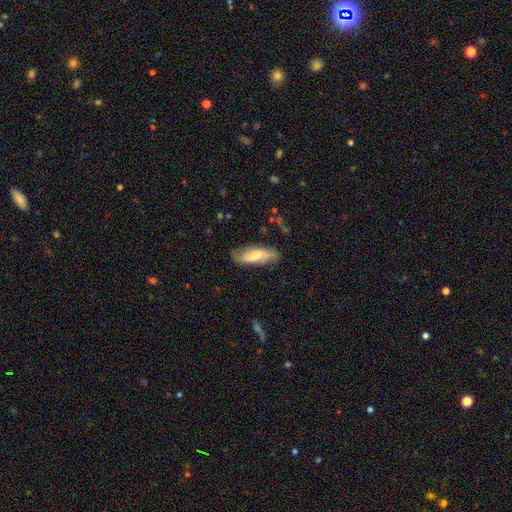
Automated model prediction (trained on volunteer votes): Smooth or featured? smooth (59%)
How rounded? in between (66%)
Merging? none (74%)